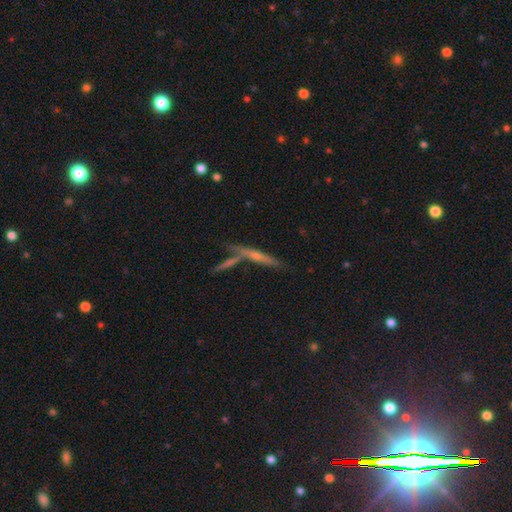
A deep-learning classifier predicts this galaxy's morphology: Smooth or featured? Predicted: featured or disk (p=0.61). Edge-on disk? Predicted: yes (p=0.93). Edge-on bulge? Predicted: rounded (p=0.57). Merging? Predicted: none (p=0.64).